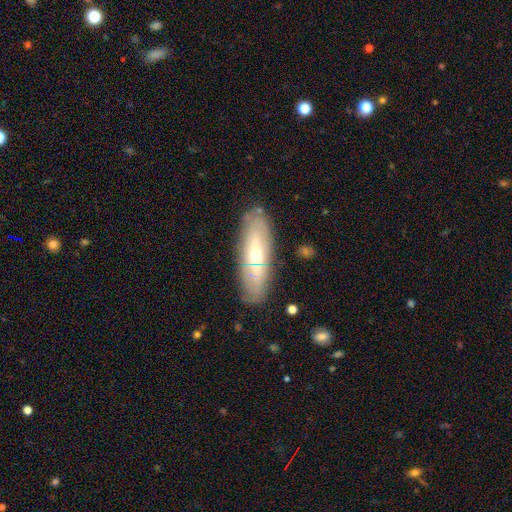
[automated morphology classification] A featured or disk galaxy (51%). Merging: none (78%).